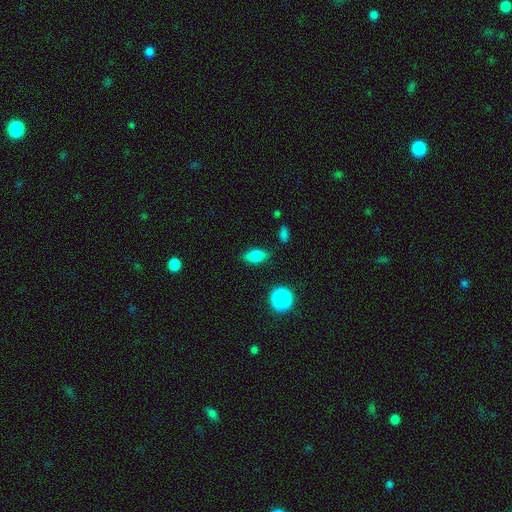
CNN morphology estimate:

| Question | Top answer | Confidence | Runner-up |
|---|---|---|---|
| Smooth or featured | smooth | 77% | featured or disk (13%) |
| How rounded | in between | 81% | cigar-shaped (11%) |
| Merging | none | 80% | minor disturbance (14%) |